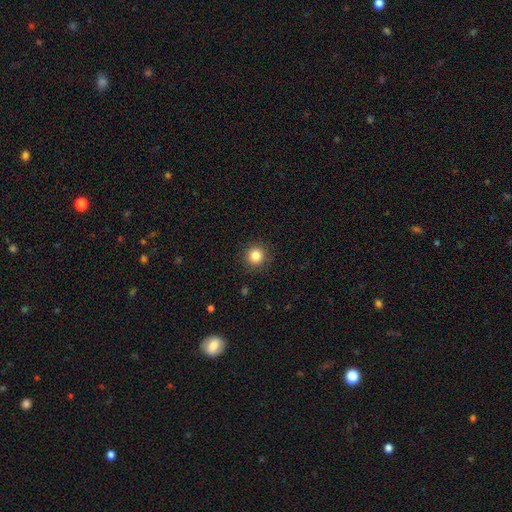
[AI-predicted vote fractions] Q: Smooth or featured?
A: smooth (84%); runner-up: star or artifact (11%)
Q: How rounded?
A: round (94%); runner-up: in between (5%)
Q: Merging?
A: none (90%); runner-up: minor disturbance (7%)